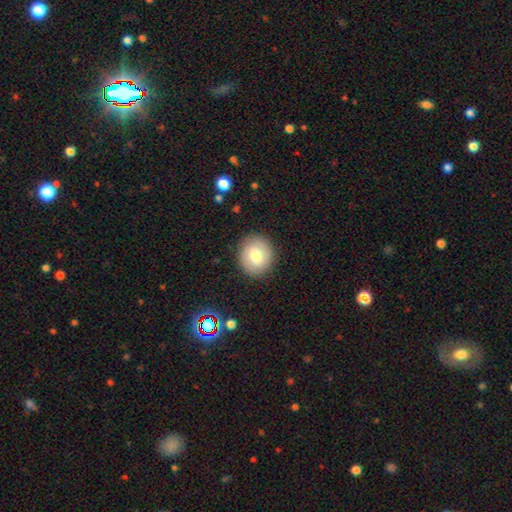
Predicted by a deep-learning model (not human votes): Overall: smooth (66%). How rounded: round (73%). Merging: none (87%).